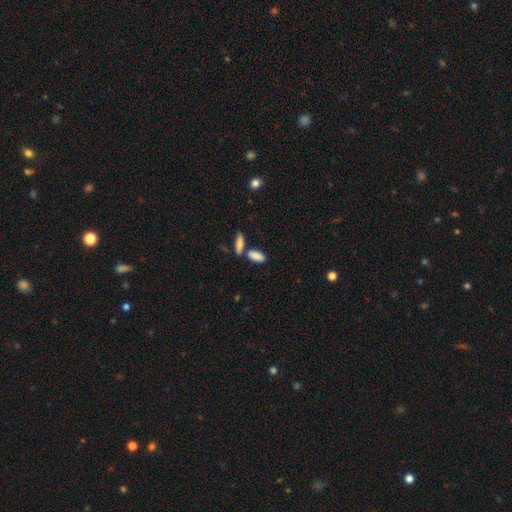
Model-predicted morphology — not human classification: This is clearly a smooth galaxy (86%). How rounded: clearly in between (80%). Merging: possibly none (58%).